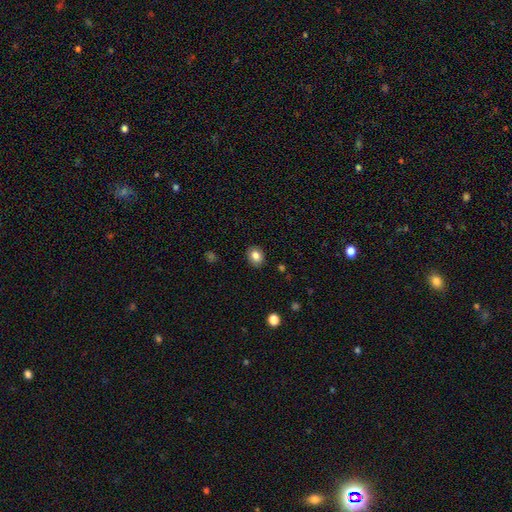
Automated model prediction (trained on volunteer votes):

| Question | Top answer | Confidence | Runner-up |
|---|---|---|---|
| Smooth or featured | smooth | 83% | star or artifact (10%) |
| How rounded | round | 55% | in between (45%) |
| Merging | none | 88% | minor disturbance (8%) |